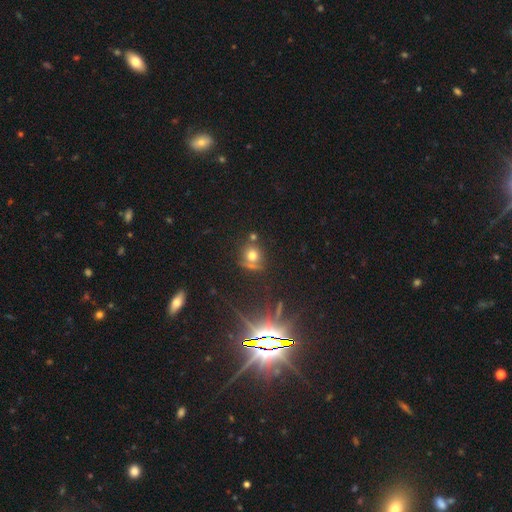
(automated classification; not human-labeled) smooth_or_featured: star or artifact (p=0.49) [alt: smooth p=0.34]